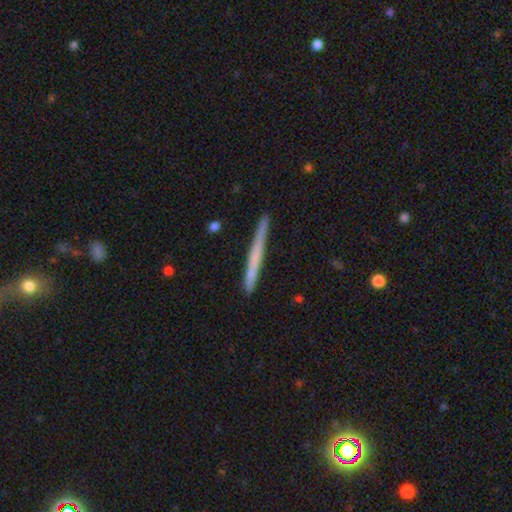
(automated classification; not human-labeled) This appears to be a smooth galaxy with no disk features (53%) that is cigar-shaped (97%). Merging: none (88%).